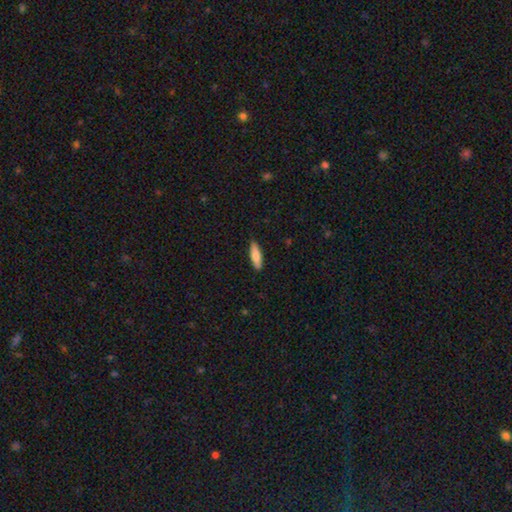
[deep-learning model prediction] smooth 78%, featured or disk 17%, star or artifact 6%. Down the decision tree: how rounded — cigar-shaped (61%); merging — none (86%).